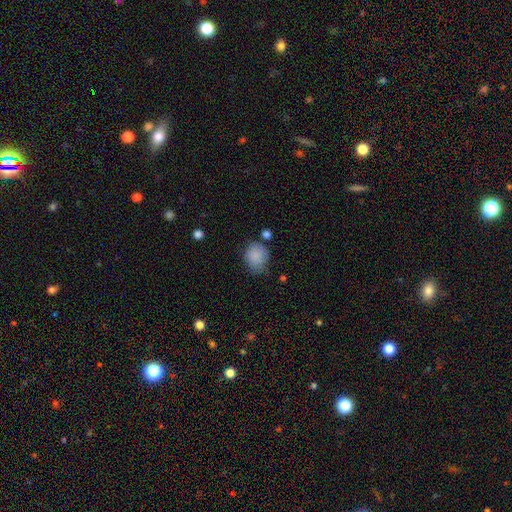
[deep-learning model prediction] A smooth galaxy with no disk features (86%) that is round (62%). Merging: none (64%).